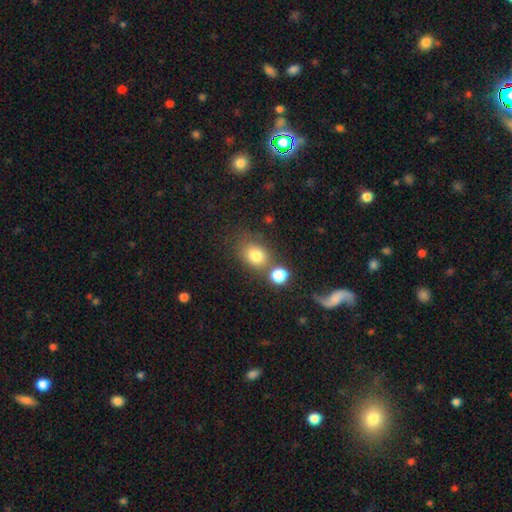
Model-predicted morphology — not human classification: A smooth galaxy with no disk features (79%) that is in between round and cigar-shaped (51%).

Vote fractions:
- Smooth or featured? smooth: 79% / star or artifact: 12% / featured or disk: 9%
- How rounded? in between: 51% / round: 47% / cigar-shaped: 1%
- Merging? none: 59% / merger: 20% / minor disturbance: 15% / major disturbance: 7%